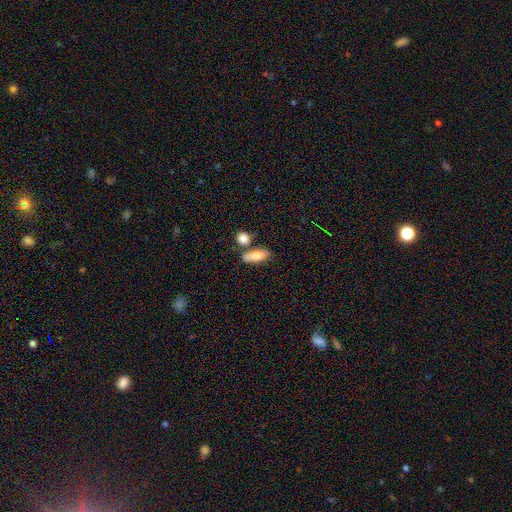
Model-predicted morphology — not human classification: Smooth or featured? Predicted: smooth (p=0.80). How rounded? Predicted: in between (p=0.72). Merging? Predicted: none (p=0.59).